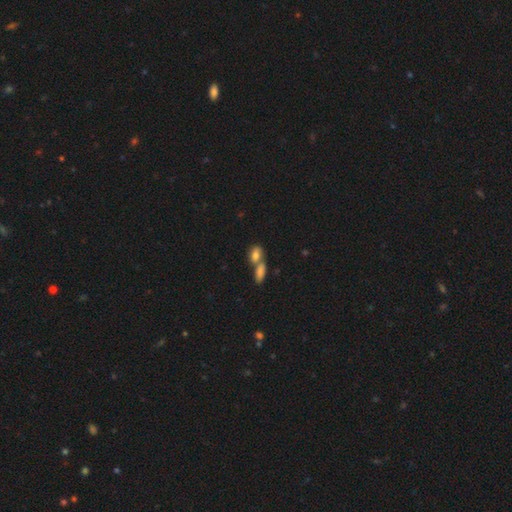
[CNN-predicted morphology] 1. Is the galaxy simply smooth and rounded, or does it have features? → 79% smooth, 12% featured or disk, 9% star or artifact.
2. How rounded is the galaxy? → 77% in between, 16% round, 7% cigar-shaped.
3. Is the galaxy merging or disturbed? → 57% merger, 33% none, 8% minor disturbance, 3% major disturbance.